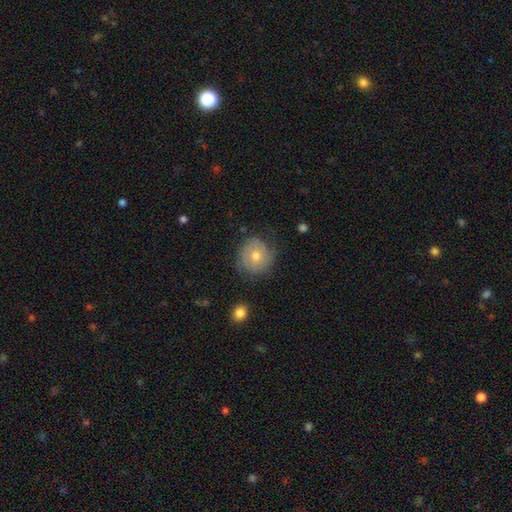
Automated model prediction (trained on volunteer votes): smooth-or-featured: smooth: 46% | featured or disk: 43% | star or artifact: 10%
  merging: none: 73% | minor disturbance: 19% | major disturbance: 7% | merger: 1%